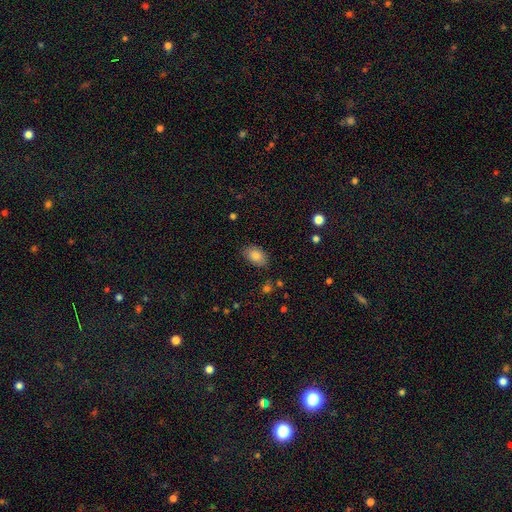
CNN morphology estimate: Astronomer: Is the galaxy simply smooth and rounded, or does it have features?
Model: smooth — 82%.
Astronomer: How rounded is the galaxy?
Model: in between — 88%.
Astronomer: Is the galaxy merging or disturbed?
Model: none — 82%.